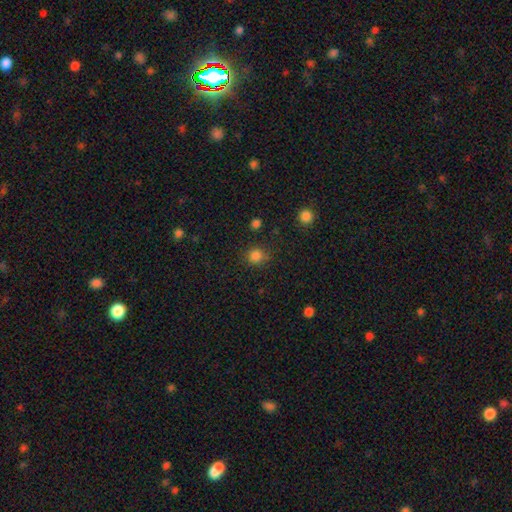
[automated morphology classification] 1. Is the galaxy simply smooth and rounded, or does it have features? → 82% smooth, 14% star or artifact, 4% featured or disk.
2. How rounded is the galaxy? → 86% round, 13% in between, 1% cigar-shaped.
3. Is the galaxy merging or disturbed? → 82% none, 11% minor disturbance, 4% major disturbance, 3% merger.